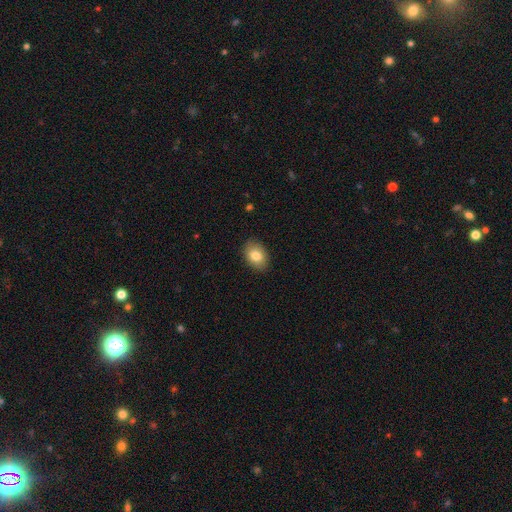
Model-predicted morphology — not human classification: smooth_or_featured: smooth (p=0.82) [alt: featured or disk p=0.11]
how_rounded: in between (p=0.78) [alt: round p=0.21]
merging: none (p=0.87) [alt: minor disturbance p=0.10]